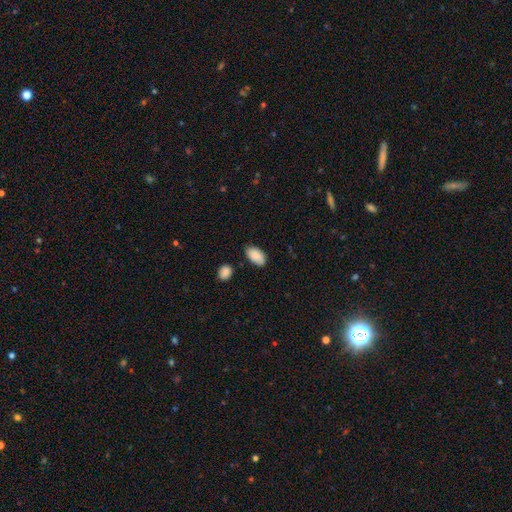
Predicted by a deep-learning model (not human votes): Smooth or featured?
  - smooth: 89% *
  - star or artifact: 7%
  - featured or disk: 5%
How rounded?
  - in between: 94% *
  - round: 4%
  - cigar-shaped: 2%
Merging?
  - none: 78% *
  - minor disturbance: 15%
  - merger: 3%
  - major disturbance: 3%